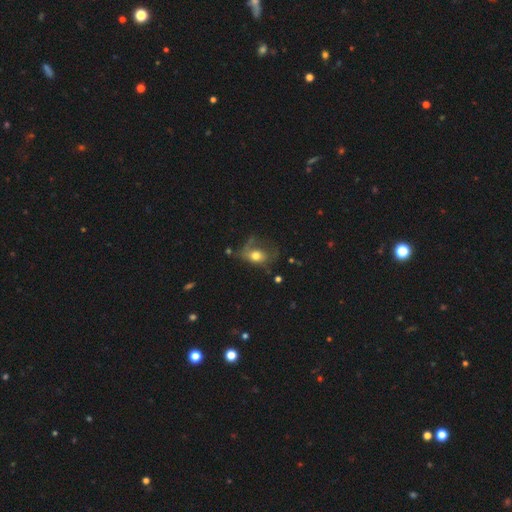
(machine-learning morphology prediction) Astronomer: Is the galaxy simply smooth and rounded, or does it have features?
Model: smooth — 58%.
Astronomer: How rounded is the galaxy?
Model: in between — 70%.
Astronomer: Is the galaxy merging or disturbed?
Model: major disturbance — 38% (runner-up: none, 32%).